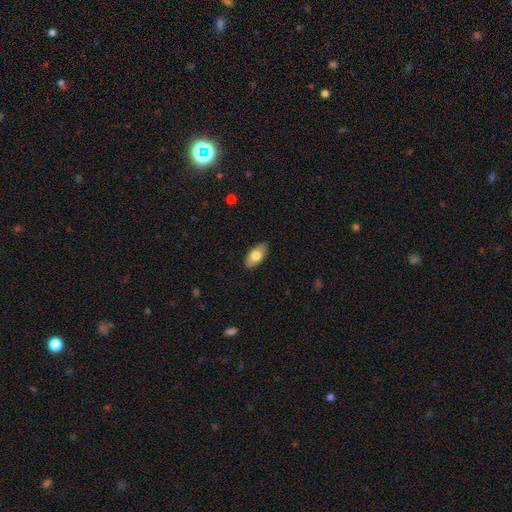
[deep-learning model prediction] smooth-or-featured: smooth: 74% | featured or disk: 19% | star or artifact: 6%
  how-rounded: in between: 93% | round: 4% | cigar-shaped: 3%
  merging: none: 87% | minor disturbance: 10% | major disturbance: 2% | merger: 1%